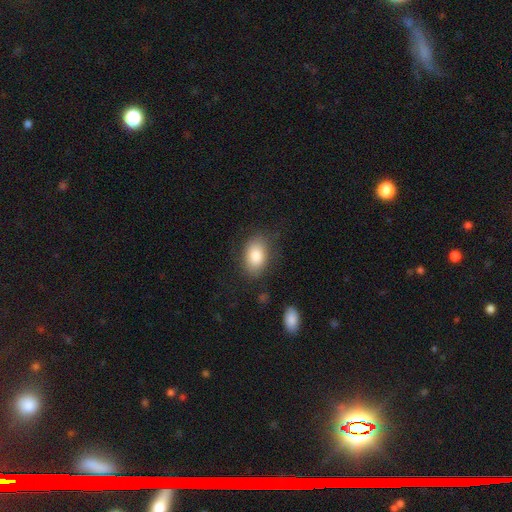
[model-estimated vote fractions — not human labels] smooth-or-featured: smooth: 84% | featured or disk: 9% | star or artifact: 7%
  how-rounded: in between: 87% | round: 12% | cigar-shaped: 1%
  merging: none: 78% | minor disturbance: 15% | major disturbance: 5% | merger: 2%